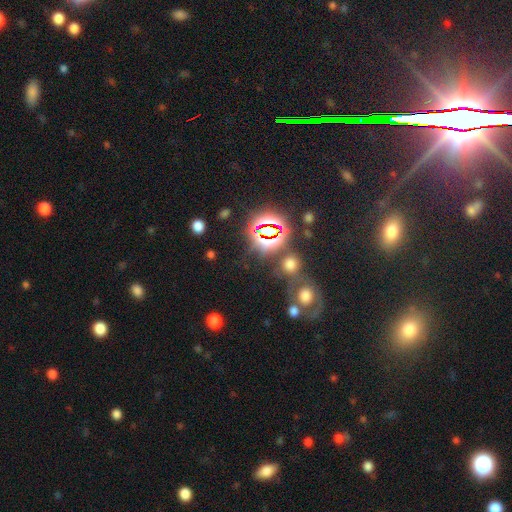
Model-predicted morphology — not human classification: This is likely a star or artifact rather than a galaxy (77%).